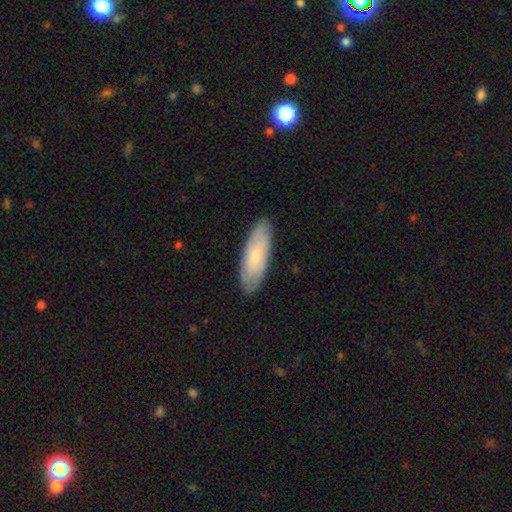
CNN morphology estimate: Smooth or featured: smooth — 74% (featured or disk — 20%)
How rounded: in between — 60% (cigar-shaped — 38%)
Merging: none — 87% (minor disturbance — 10%)